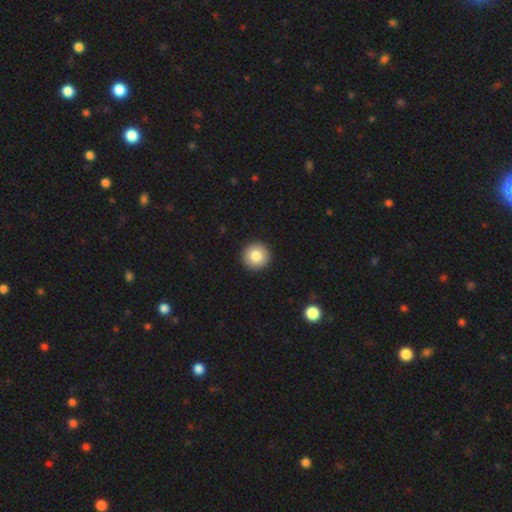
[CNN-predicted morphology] Overall: smooth (83%). How rounded: round (96%). Merging: none (94%).